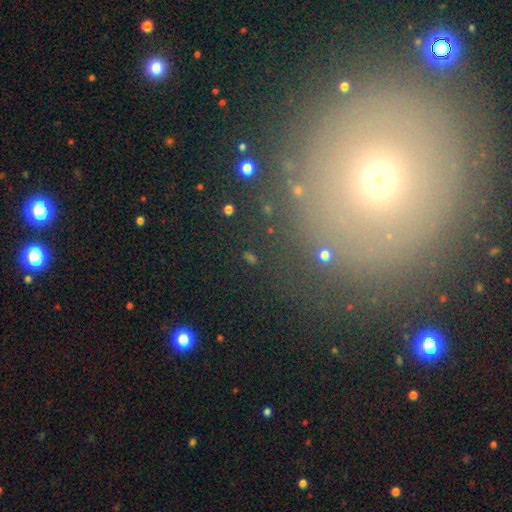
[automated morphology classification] smooth_or_featured: smooth (p=0.42) [alt: star or artifact p=0.40]
merging: none (p=0.82) [alt: minor disturbance p=0.09]